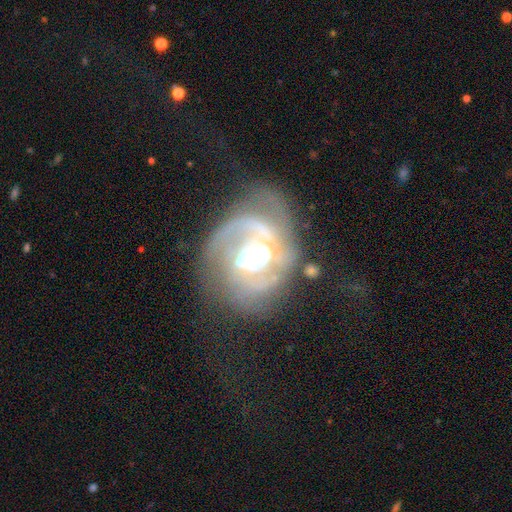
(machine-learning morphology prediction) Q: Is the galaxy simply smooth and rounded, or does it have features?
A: featured or disk — 80%.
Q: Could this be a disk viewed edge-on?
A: no — 97%.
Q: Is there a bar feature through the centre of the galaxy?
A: weak — 38%.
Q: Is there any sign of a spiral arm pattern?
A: yes — 84%.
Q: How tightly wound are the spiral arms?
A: medium — 42%.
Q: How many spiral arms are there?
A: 2 — 44%.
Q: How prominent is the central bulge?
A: moderate — 50%.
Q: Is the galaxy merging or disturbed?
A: none — 44%.